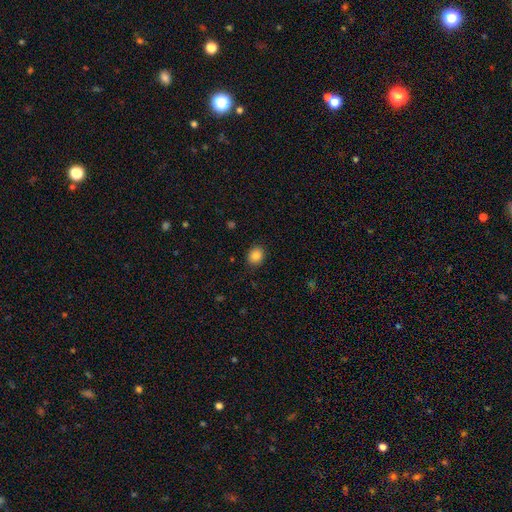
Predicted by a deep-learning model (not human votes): Smooth or featured?
  - smooth: 85% *
  - star or artifact: 10%
  - featured or disk: 6%
How rounded?
  - round: 63% *
  - in between: 37%
  - cigar-shaped: 1%
Merging?
  - none: 89% *
  - minor disturbance: 8%
  - major disturbance: 2%
  - merger: 1%